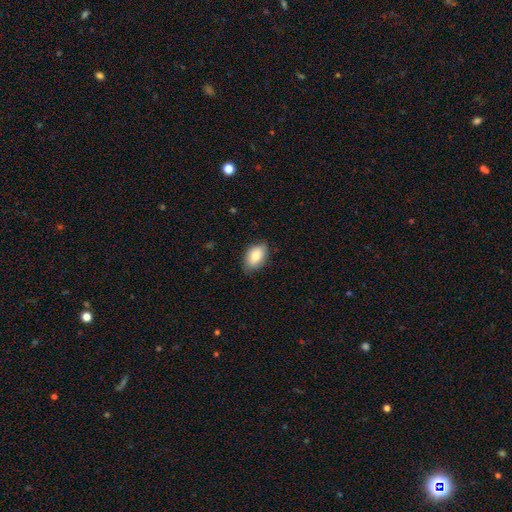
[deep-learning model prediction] A smooth galaxy with no disk features (82%) that is in between round and cigar-shaped (90%).

Vote fractions:
- Smooth or featured? smooth: 82% / featured or disk: 11% / star or artifact: 7%
- How rounded? in between: 90% / round: 8% / cigar-shaped: 2%
- Merging? none: 78% / minor disturbance: 18% / major disturbance: 3% / merger: 1%